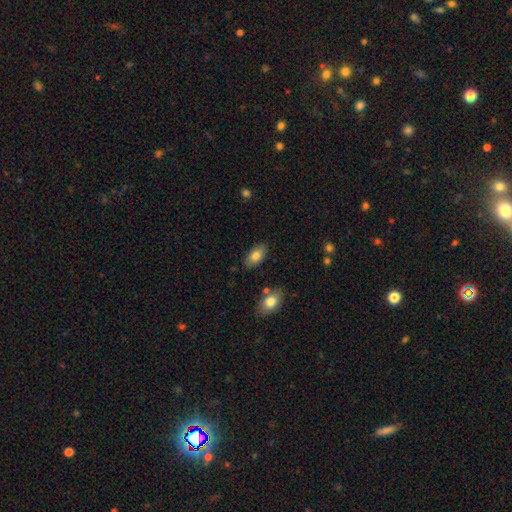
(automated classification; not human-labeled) Smooth or featured: smooth — 81% (featured or disk — 13%)
How rounded: in between — 93% (round — 4%)
Merging: none — 83% (minor disturbance — 11%)